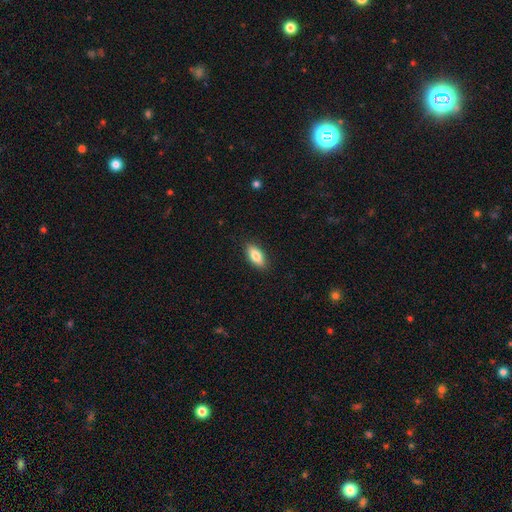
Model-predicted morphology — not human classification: This is clearly a smooth galaxy (80%). How rounded: clearly in between (82%). Merging: clearly none (88%).